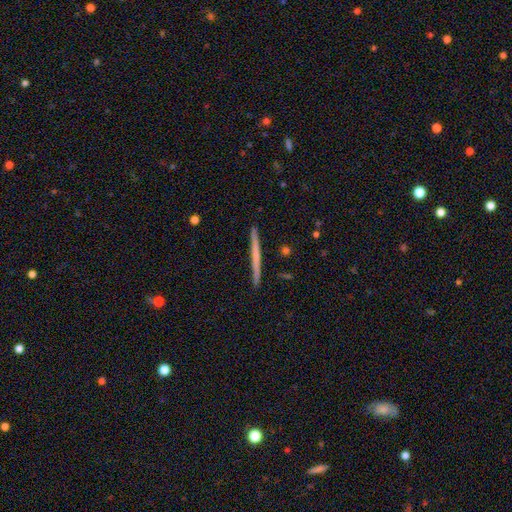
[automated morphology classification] A featured or disk galaxy (50%). Merging: none (92%).